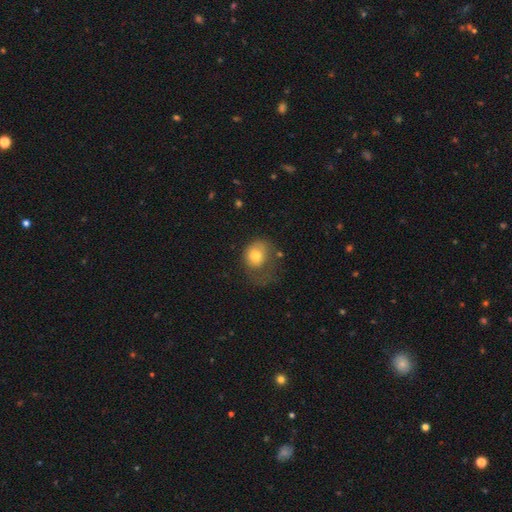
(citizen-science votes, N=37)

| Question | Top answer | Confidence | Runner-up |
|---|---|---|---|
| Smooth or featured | smooth | 81% | featured or disk (14%) |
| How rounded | round | 67% | in between (30%) |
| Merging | major disturbance | 43% | minor disturbance (31%) |